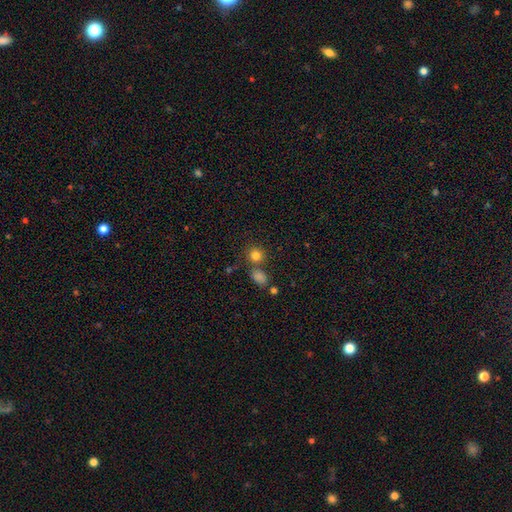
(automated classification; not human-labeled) The model was most divided on "merging": none: 68%, merger: 19%, minor disturbance: 10%, major disturbance: 4%. More confident: how rounded — round (84%); smooth or featured — smooth (81%).